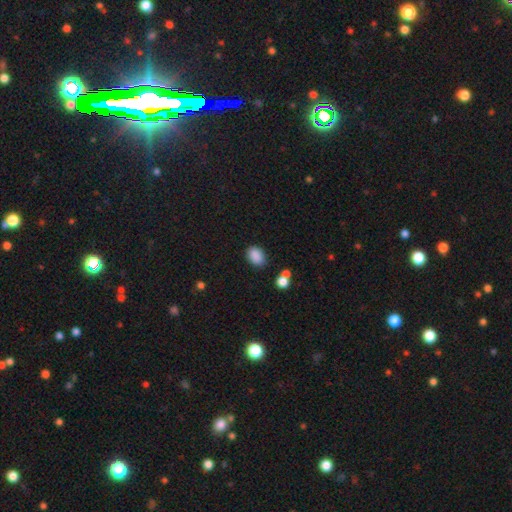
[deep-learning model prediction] Smooth or featured: smooth — 87% (star or artifact — 10%)
How rounded: in between — 76% (round — 23%)
Merging: none — 79% (minor disturbance — 13%)